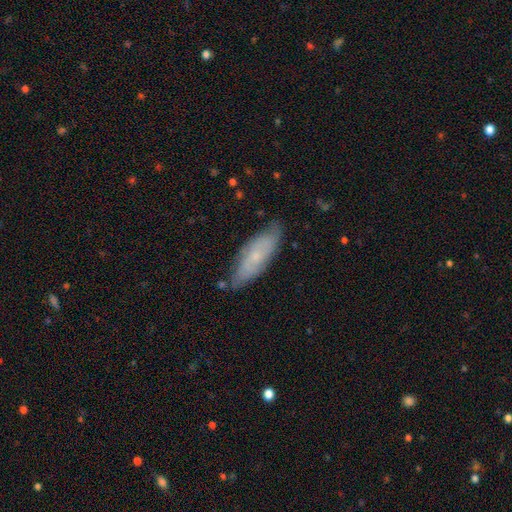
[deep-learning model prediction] This appears to be a smooth galaxy with no disk features (49%). Merging: none (73%).